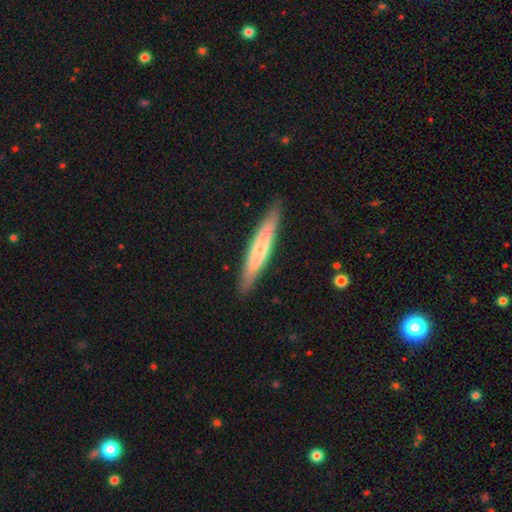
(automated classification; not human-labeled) This appears to be a smooth galaxy with no disk features (57%) that is cigar-shaped (89%). Merging: none (88%).